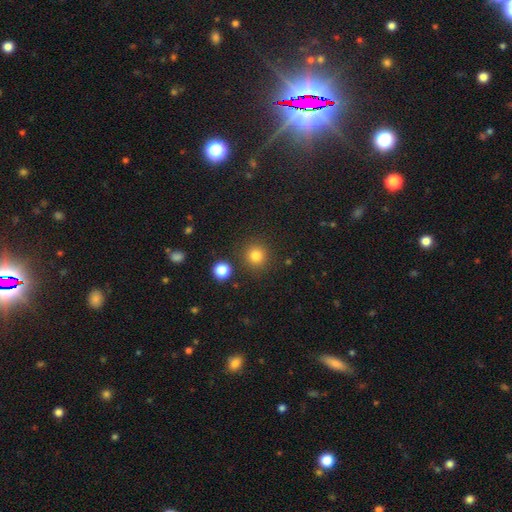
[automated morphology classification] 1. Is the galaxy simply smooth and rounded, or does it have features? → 82% smooth, 14% star or artifact, 5% featured or disk.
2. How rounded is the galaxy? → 92% round, 7% in between, 1% cigar-shaped.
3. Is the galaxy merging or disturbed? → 87% none, 7% minor disturbance, 4% merger, 3% major disturbance.